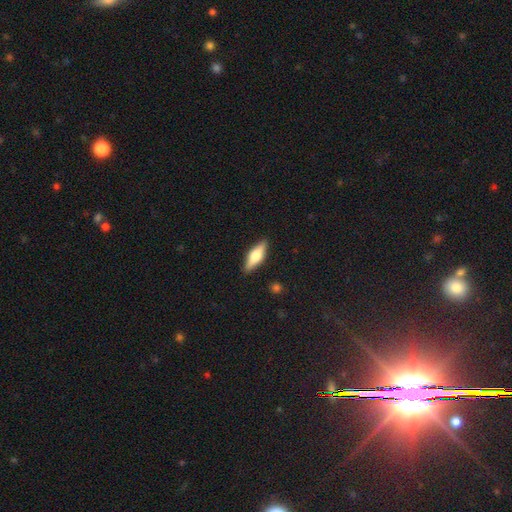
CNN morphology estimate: Q: Smooth or featured?
A: smooth (53%); runner-up: featured or disk (40%)
Q: How rounded?
A: in between (56%); runner-up: cigar-shaped (42%)
Q: Merging?
A: none (88%); runner-up: minor disturbance (9%)